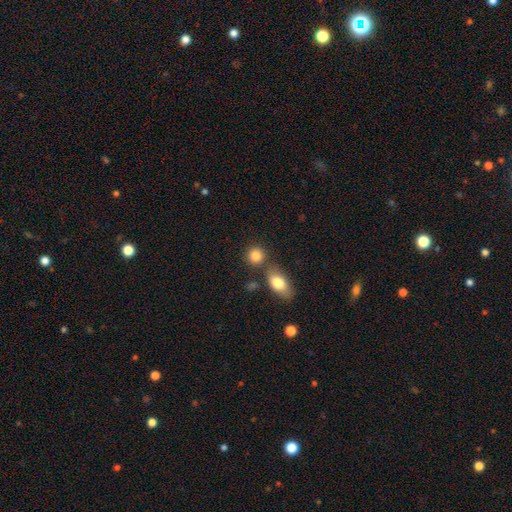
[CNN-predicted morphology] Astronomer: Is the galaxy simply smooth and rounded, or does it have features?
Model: smooth — 83%.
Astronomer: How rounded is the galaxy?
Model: round — 79%.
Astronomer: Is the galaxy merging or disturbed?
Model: none — 67%.